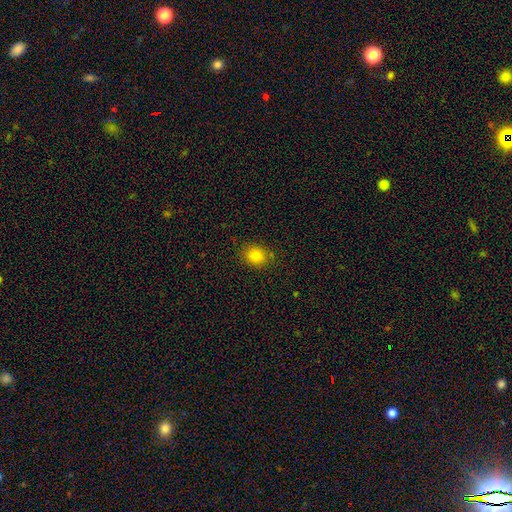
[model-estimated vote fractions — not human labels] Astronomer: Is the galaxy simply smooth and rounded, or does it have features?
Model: smooth — 81%.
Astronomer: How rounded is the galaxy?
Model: round — 68%.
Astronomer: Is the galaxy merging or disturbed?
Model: none — 84%.